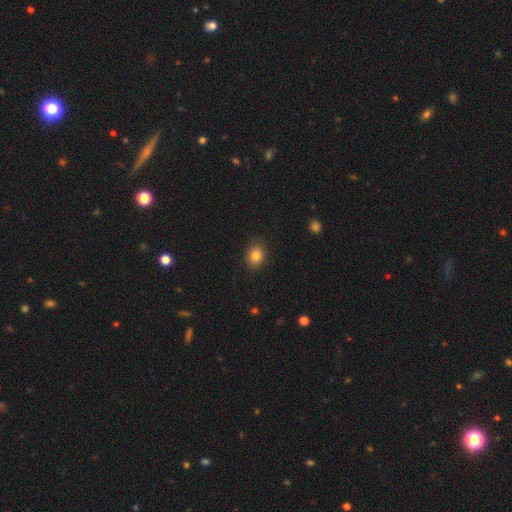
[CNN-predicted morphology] A smooth galaxy with no disk features (83%) that is round (53%). Merging: none (89%).